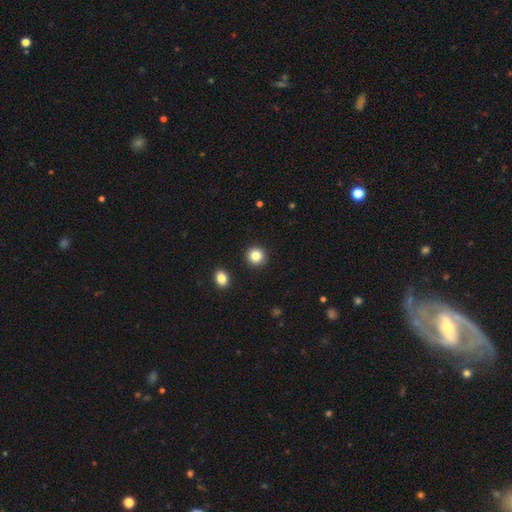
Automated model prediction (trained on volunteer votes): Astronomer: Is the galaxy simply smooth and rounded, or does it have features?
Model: smooth — 84%.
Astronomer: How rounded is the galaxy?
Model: round — 92%.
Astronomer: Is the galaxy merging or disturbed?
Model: none — 92%.